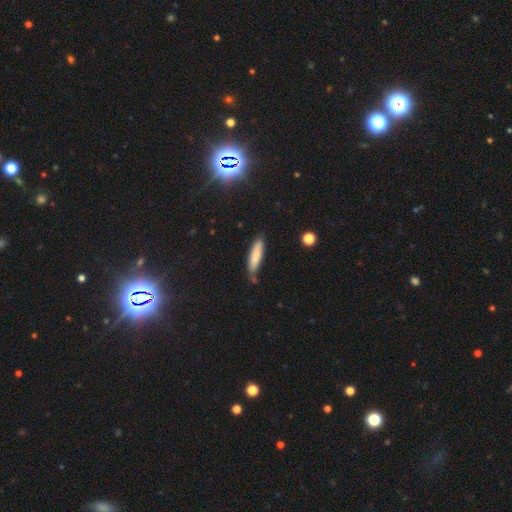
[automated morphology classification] smooth-or-featured: smooth: 79% | featured or disk: 14% | star or artifact: 6%
  how-rounded: cigar-shaped: 76% | in between: 23% | round: 1%
  merging: none: 70% | minor disturbance: 21% | merger: 5% | major disturbance: 4%